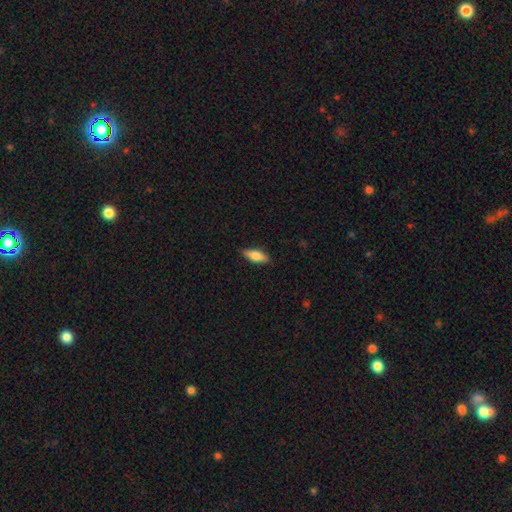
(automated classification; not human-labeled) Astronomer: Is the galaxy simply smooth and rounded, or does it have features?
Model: smooth — 79%.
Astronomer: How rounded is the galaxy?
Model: in between — 70%.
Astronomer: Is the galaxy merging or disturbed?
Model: none — 85%.